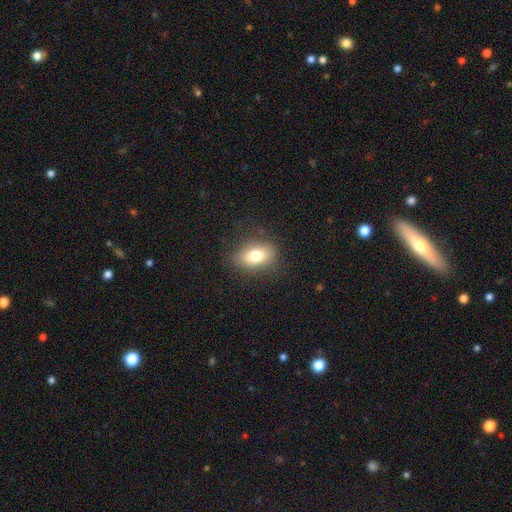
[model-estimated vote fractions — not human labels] The model was most divided on "smooth or featured": smooth: 77%, featured or disk: 13%, star or artifact: 10%. More confident: merging — none (84%); how rounded — in between (81%).